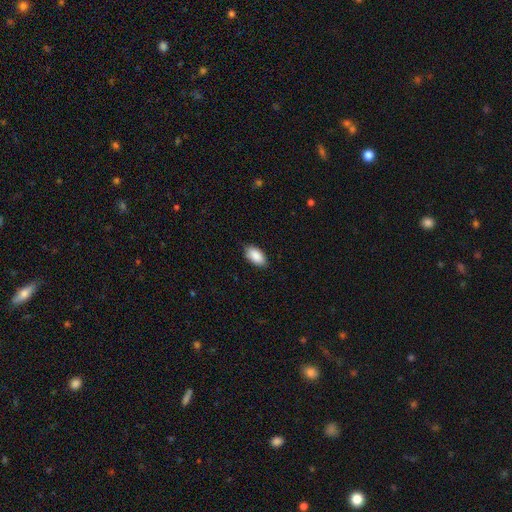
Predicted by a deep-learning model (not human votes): Morphology: type=smooth (90%); roundness=in between (95%); merging=none (85%).